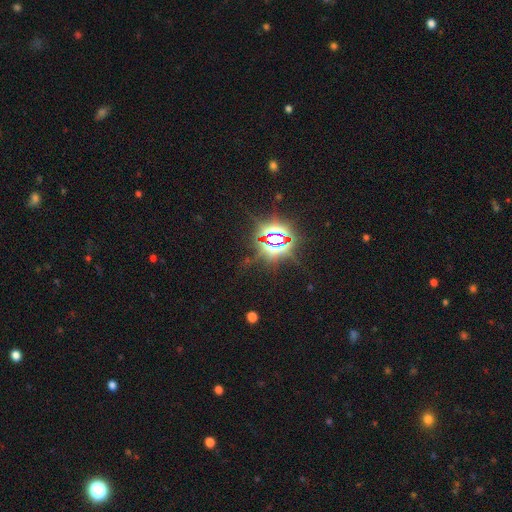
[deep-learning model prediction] Q: Smooth or featured?
A: star or artifact (86%); runner-up: smooth (8%)